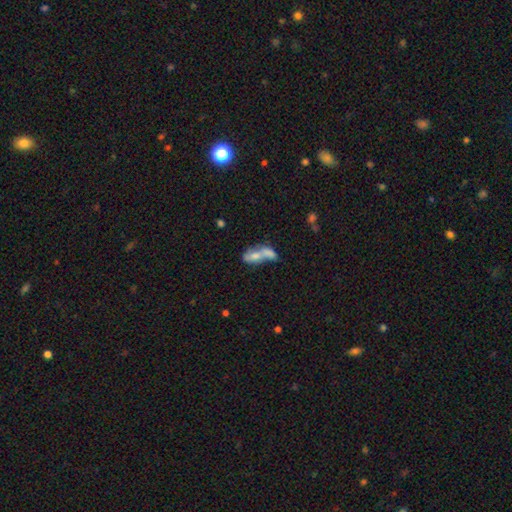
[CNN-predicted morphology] Smooth or featured: smooth — 57% (featured or disk — 33%)
How rounded: in between — 77% (cigar-shaped — 17%)
Merging: merger — 62% (none — 17%)